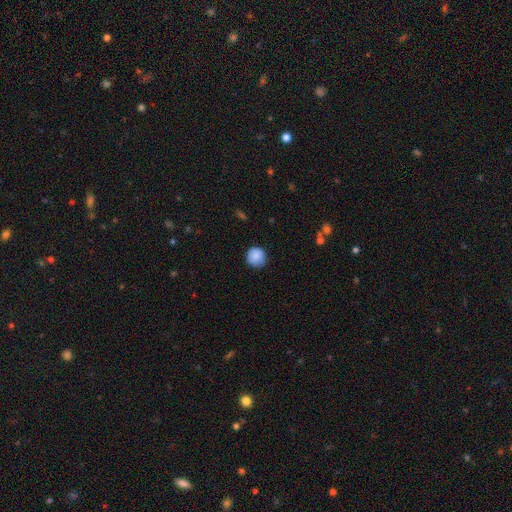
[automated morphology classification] This is clearly a smooth galaxy (85%). How rounded: clearly round (93%). Merging: clearly none (82%).